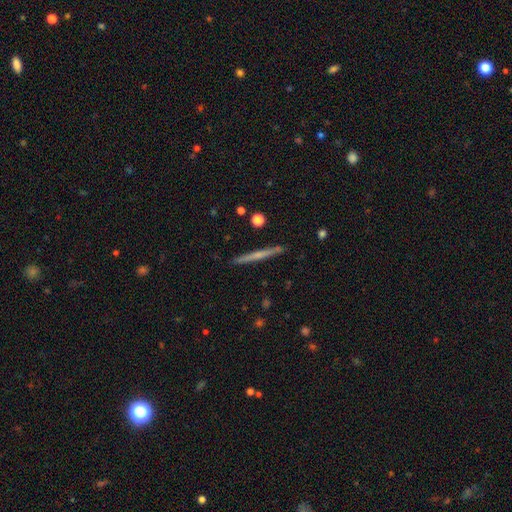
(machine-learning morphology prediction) Smooth or featured? featured or disk (56%)
Edge-on disk? yes (97%)
Edge-on bulge? none (66%)
Merging? none (91%)